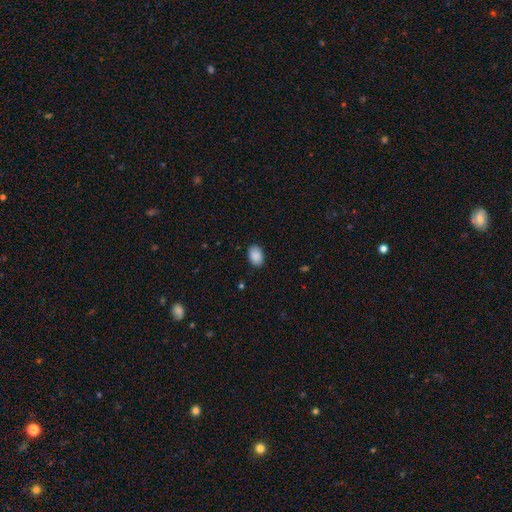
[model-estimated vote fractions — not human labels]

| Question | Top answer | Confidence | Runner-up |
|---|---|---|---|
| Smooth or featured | smooth | 90% | star or artifact (7%) |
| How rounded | in between | 88% | round (11%) |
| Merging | none | 88% | minor disturbance (9%) |